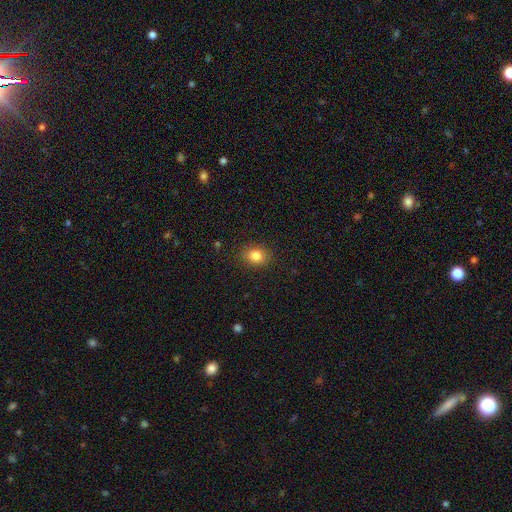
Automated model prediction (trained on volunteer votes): A smooth galaxy with no disk features (83%) that is in between round and cigar-shaped (51%). Merging: none (87%).